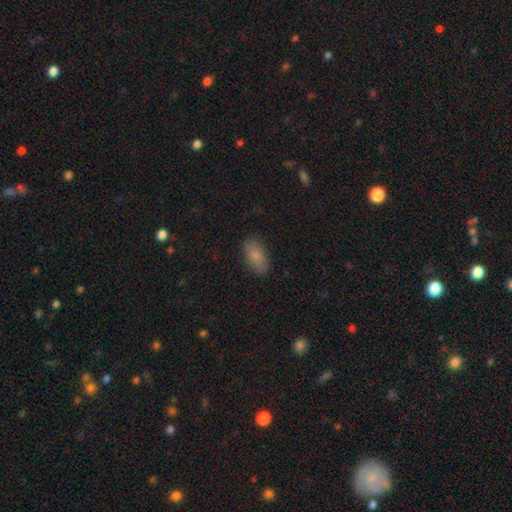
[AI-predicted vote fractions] The model was most divided on "merging": none: 85%, minor disturbance: 11%, major disturbance: 3%, merger: 1%. More confident: how rounded — in between (92%); smooth or featured — smooth (83%).